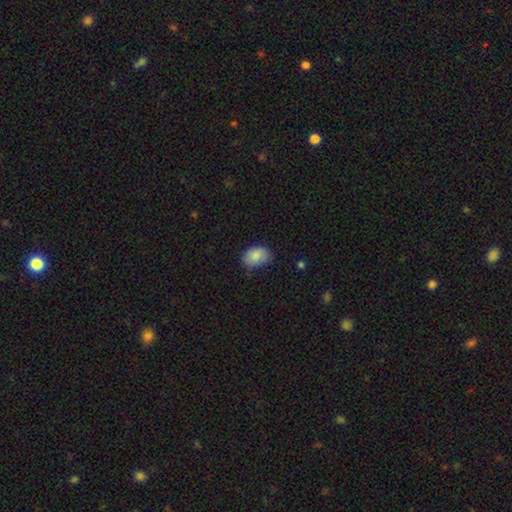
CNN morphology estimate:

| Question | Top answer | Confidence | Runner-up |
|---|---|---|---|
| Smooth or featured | smooth | 85% | featured or disk (8%) |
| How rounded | in between | 81% | round (18%) |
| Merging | none | 65% | minor disturbance (28%) |